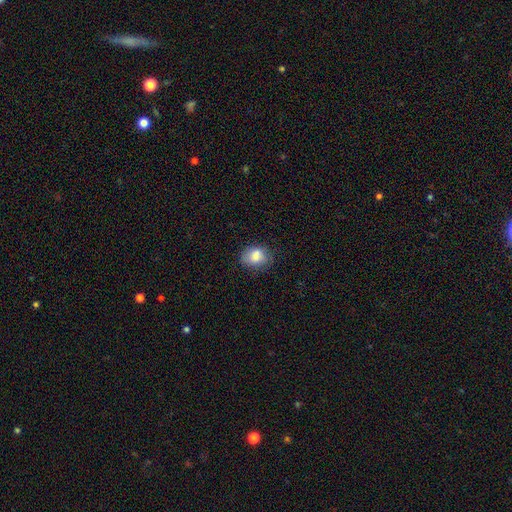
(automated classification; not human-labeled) A smooth galaxy with no disk features (82%) that is in between round and cigar-shaped (56%).

Vote fractions:
- Smooth or featured? smooth: 82% / featured or disk: 10% / star or artifact: 8%
- How rounded? in between: 56% / round: 43% / cigar-shaped: 1%
- Merging? none: 71% / minor disturbance: 22% / major disturbance: 6% / merger: 2%